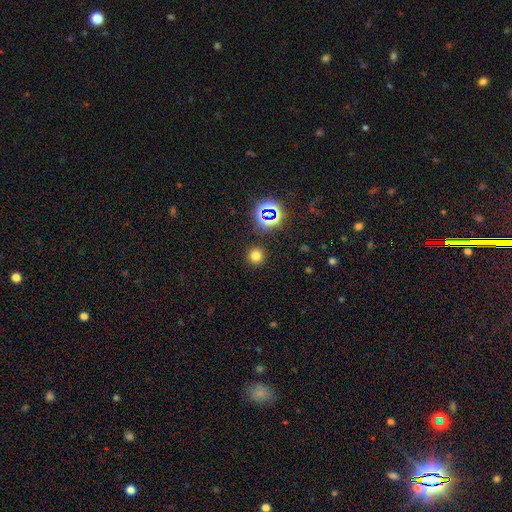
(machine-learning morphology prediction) The model was most divided on "smooth or featured": smooth: 72%, star or artifact: 22%, featured or disk: 6%. More confident: how rounded — round (94%); merging — none (90%).